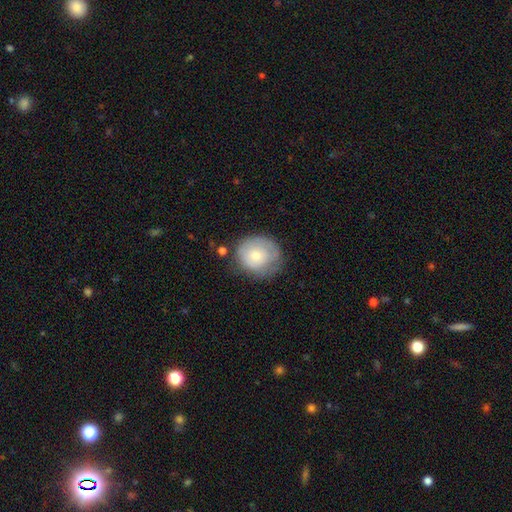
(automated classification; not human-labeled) Smooth or featured?
  - smooth: 64% *
  - featured or disk: 28%
  - star or artifact: 8%
How rounded?
  - round: 83% *
  - in between: 16%
  - cigar-shaped: 1%
Merging?
  - none: 63% *
  - minor disturbance: 25%
  - major disturbance: 9%
  - merger: 3%